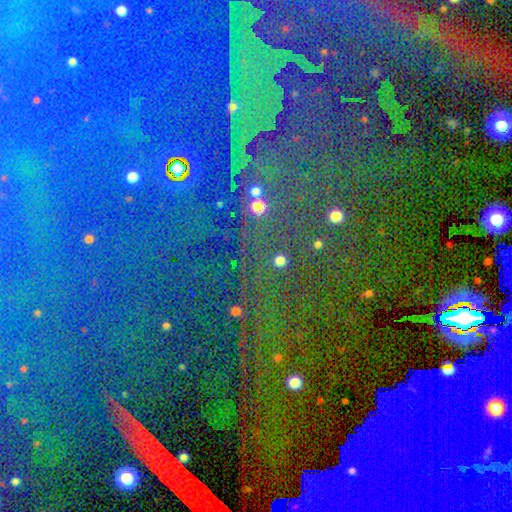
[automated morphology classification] Smooth or featured: star or artifact — 83% (smooth — 9%)